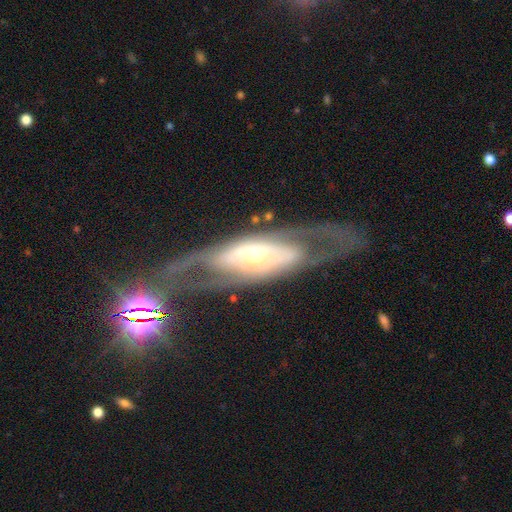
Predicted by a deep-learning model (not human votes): This is likely a featured or disk galaxy (77%). It is likely not viewed edge-on (78%). Bar: likely no (64%). Spiral arm pattern: possibly yes (58%). Central bulge: possibly small (49%). Merging: likely none (65%).